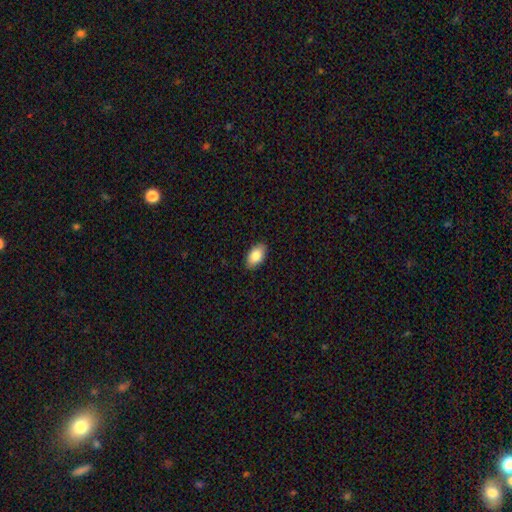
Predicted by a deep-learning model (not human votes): A smooth galaxy with no disk features (86%) that is in between round and cigar-shaped (93%).

Vote fractions:
- Smooth or featured? smooth: 86% / featured or disk: 8% / star or artifact: 7%
- How rounded? in between: 93% / round: 5% / cigar-shaped: 2%
- Merging? none: 89% / minor disturbance: 9% / major disturbance: 2% / merger: 1%